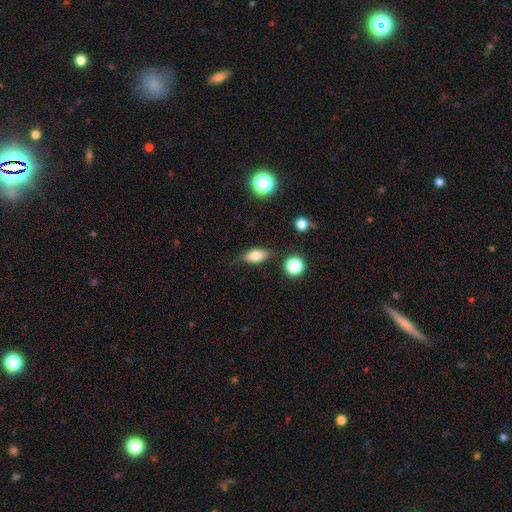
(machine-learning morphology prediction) A smooth galaxy with no disk features (75%) that is in between round and cigar-shaped (81%). Merging: none (79%).